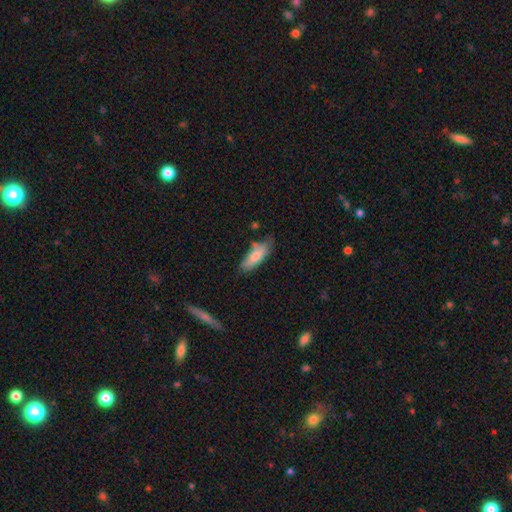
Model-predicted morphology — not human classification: smooth_or_featured: smooth (p=0.79) [alt: featured or disk p=0.15]
how_rounded: in between (p=0.65) [alt: cigar-shaped p=0.33]
merging: none (p=0.61) [alt: minor disturbance p=0.28]